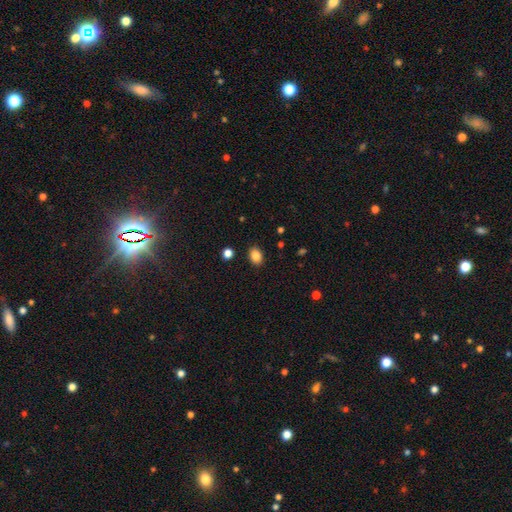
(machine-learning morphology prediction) A smooth galaxy with no disk features (86%) that is in between round and cigar-shaped (66%). Merging: none (88%).